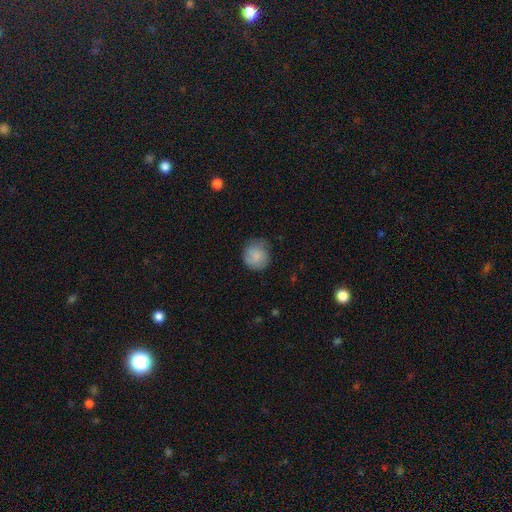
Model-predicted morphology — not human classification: A smooth galaxy with no disk features (77%) that is round (89%). Merging: none (68%).